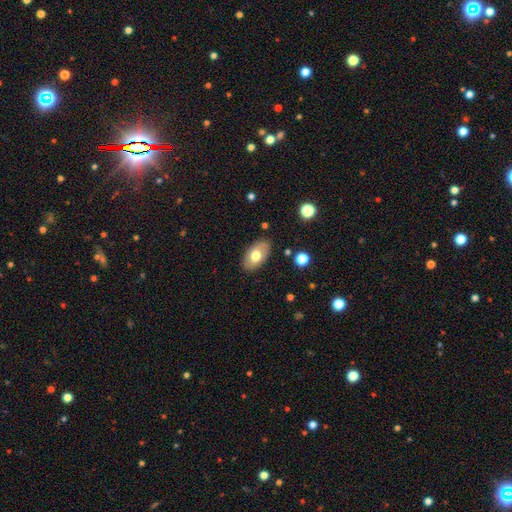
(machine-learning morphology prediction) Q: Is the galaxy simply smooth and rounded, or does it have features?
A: smooth — 69%.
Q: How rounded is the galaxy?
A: in between — 93%.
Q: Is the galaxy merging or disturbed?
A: none — 85%.